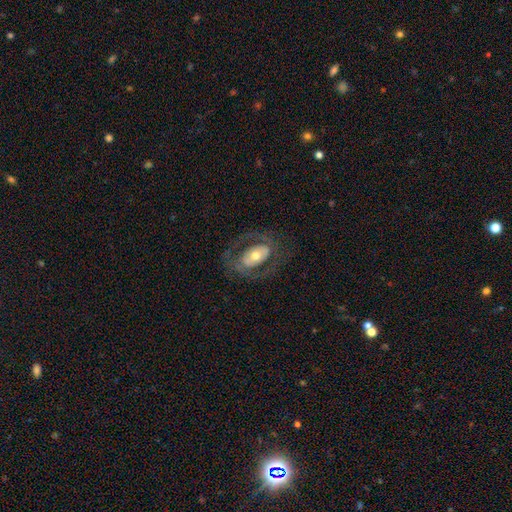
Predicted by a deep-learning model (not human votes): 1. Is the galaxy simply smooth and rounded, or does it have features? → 63% featured or disk, 31% smooth, 6% star or artifact.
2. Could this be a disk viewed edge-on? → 93% no, 7% yes.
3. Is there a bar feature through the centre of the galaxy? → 61% no, 22% weak, 17% strong.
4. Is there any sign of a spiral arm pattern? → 56% no, 44% yes.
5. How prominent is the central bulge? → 65% moderate, 19% small, 13% large, 2% dominant, 1% none.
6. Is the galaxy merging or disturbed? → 70% none, 15% major disturbance, 14% minor disturbance, 1% merger.